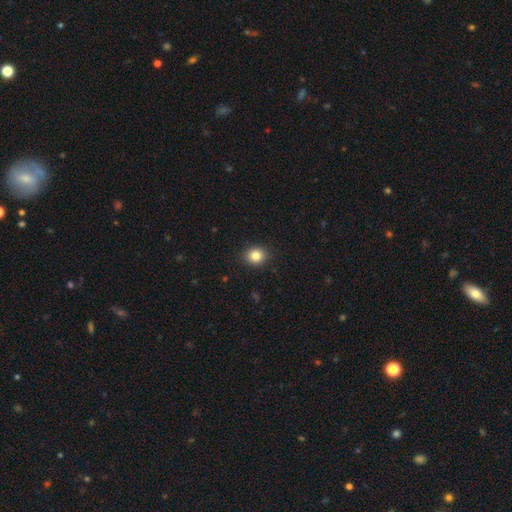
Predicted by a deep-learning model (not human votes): This is clearly a smooth galaxy (84%). How rounded: likely round (74%). Merging: clearly none (90%).